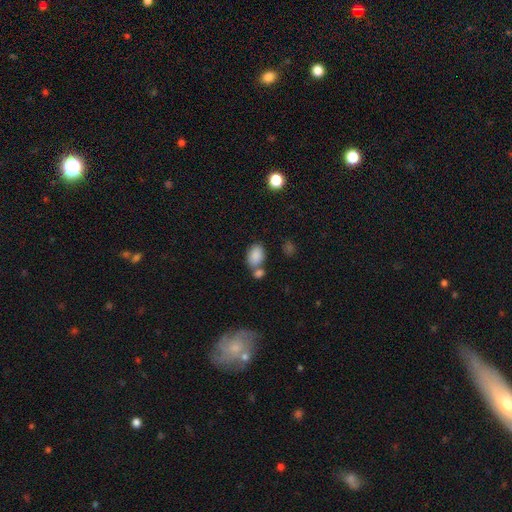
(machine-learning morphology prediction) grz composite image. It shows a smooth galaxy with no disk features (86%) that is in between round and cigar-shaped (83%). Merging: none (51%).